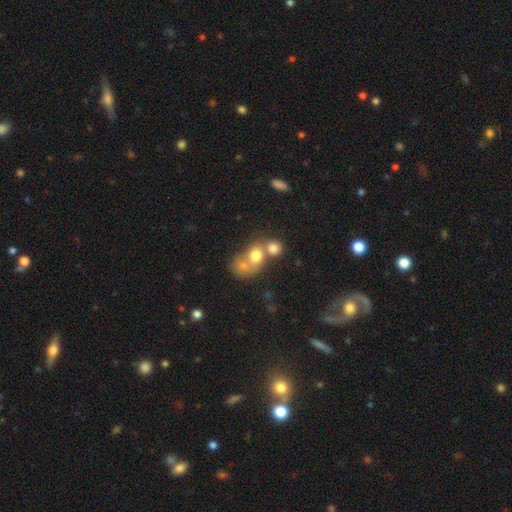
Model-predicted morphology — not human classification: This appears to be a smooth galaxy with no disk features (71%) that is round (60%). Merging: merger (61%).